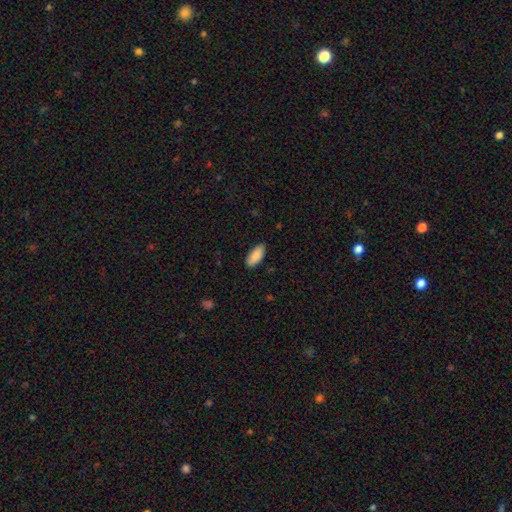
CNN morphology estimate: smooth 88%, featured or disk 6%, star or artifact 6%. Down the decision tree: how rounded — in between (90%); merging — none (86%).